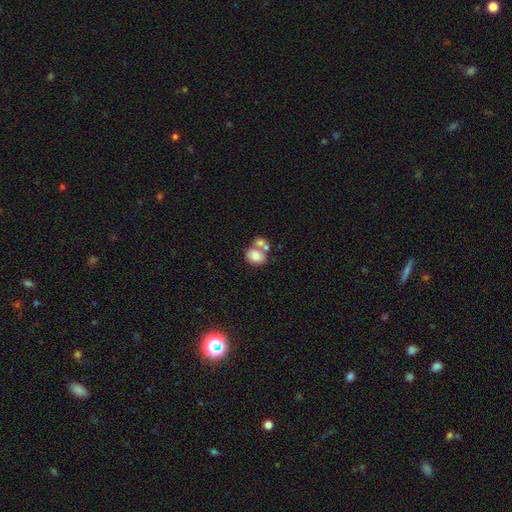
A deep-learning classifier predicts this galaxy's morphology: A smooth galaxy with no disk features (74%) that is in between round and cigar-shaped (53%). Merging: merger (49%).